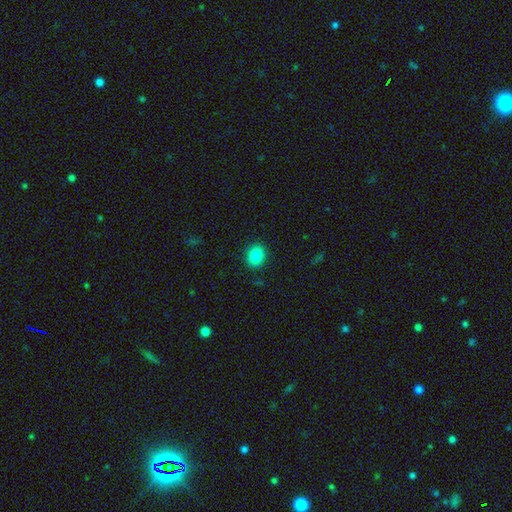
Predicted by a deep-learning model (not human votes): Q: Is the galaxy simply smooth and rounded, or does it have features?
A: smooth — 86%.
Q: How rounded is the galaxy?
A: round — 53%.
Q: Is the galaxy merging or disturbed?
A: none — 89%.